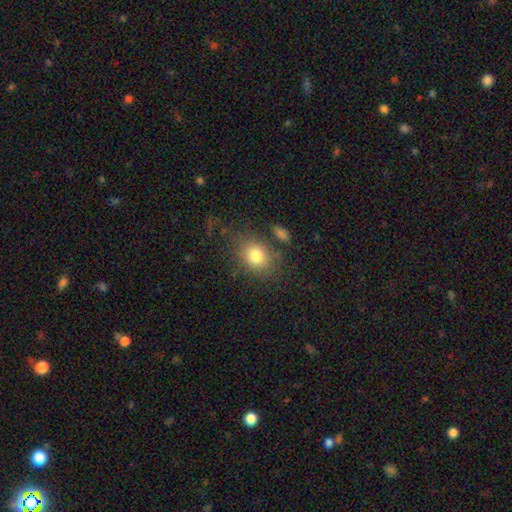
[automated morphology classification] smooth_or_featured: smooth (p=0.79) [alt: featured or disk p=0.11]
how_rounded: in between (p=0.50) [alt: round p=0.48]
merging: none (p=0.72) [alt: minor disturbance p=0.15]